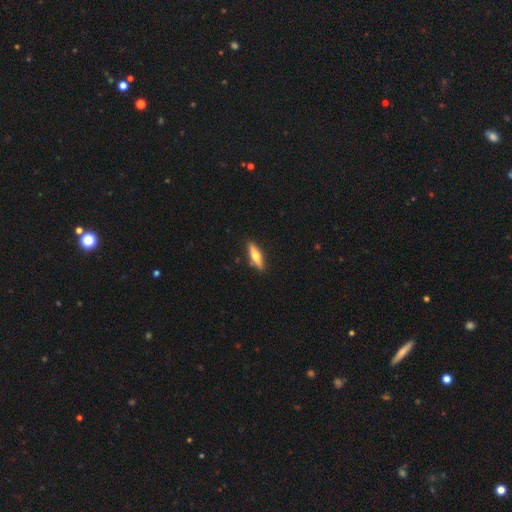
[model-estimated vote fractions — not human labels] A featured or disk galaxy (48%). Merging: none (87%).